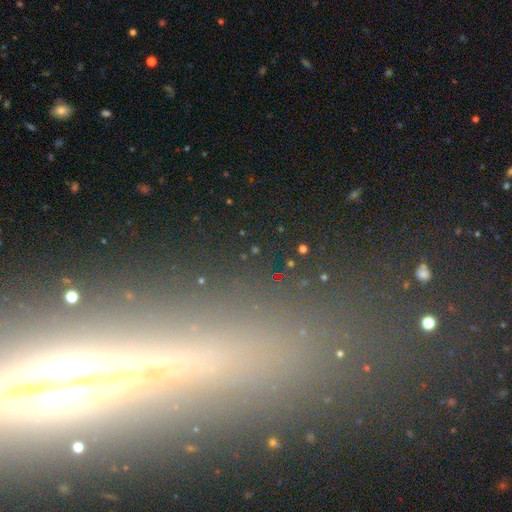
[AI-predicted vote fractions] Smooth or featured: star or artifact — 44% (featured or disk — 32%)